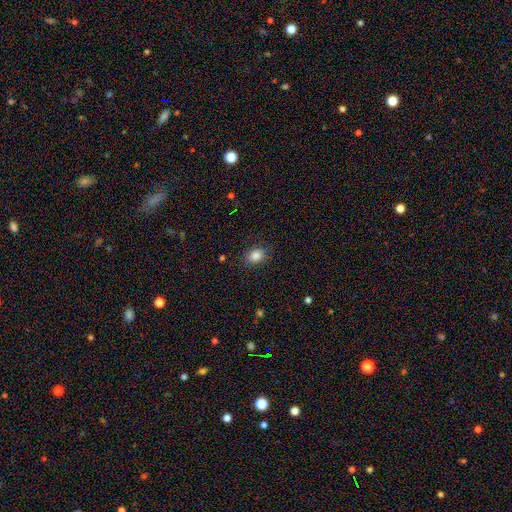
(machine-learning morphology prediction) Overall: smooth (85%). How rounded: in between (58%; round 41%). Merging: none (86%).